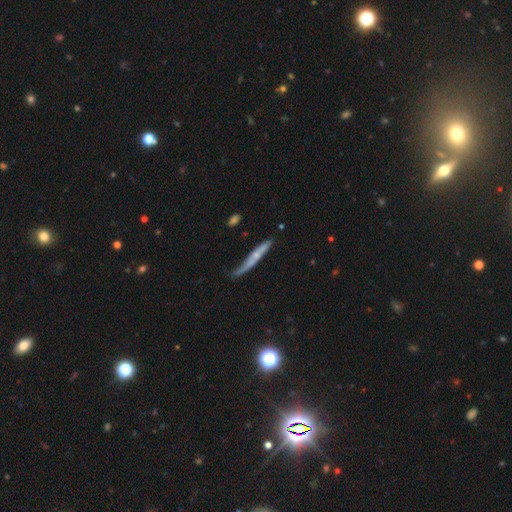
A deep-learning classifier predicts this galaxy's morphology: Smooth or featured? featured or disk (53%)
Edge-on disk? yes (79%)
Merging? none (51%)